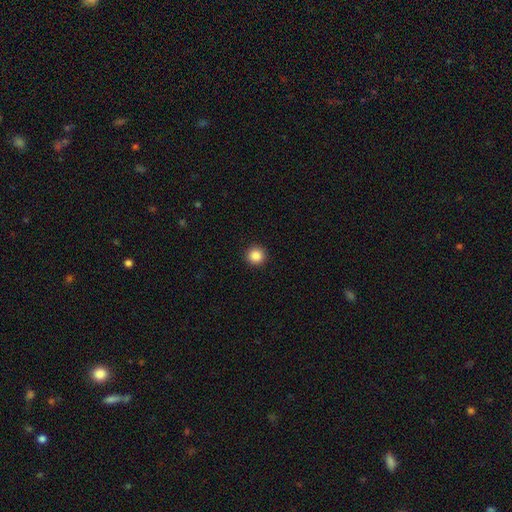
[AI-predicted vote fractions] Overall: smooth (87%). How rounded: round (95%). Merging: none (93%).